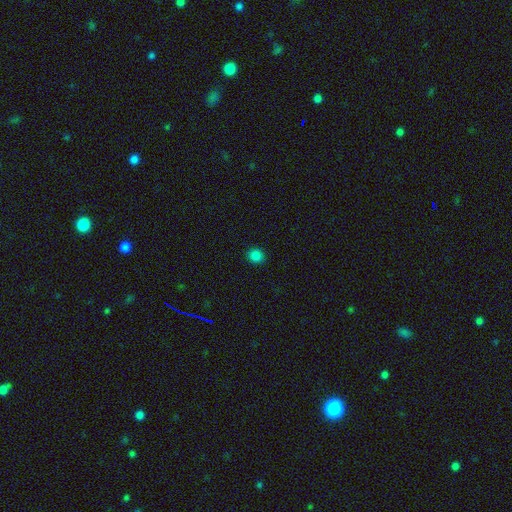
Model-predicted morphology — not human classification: A smooth galaxy with no disk features (83%) that is round (85%).

Vote fractions:
- Smooth or featured? smooth: 83% / star or artifact: 14% / featured or disk: 4%
- How rounded? round: 85% / in between: 14% / cigar-shaped: 1%
- Merging? none: 92% / minor disturbance: 6% / major disturbance: 2% / merger: 1%